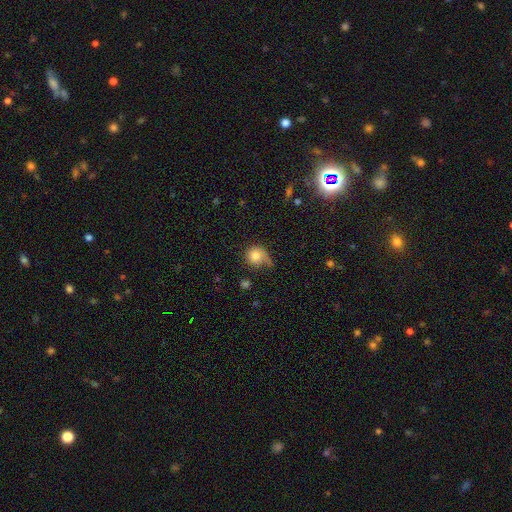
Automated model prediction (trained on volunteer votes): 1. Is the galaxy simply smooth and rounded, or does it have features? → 76% smooth, 15% featured or disk, 9% star or artifact.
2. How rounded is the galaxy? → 85% round, 14% in between, 1% cigar-shaped.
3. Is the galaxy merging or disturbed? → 42% none, 28% minor disturbance, 23% major disturbance, 7% merger.